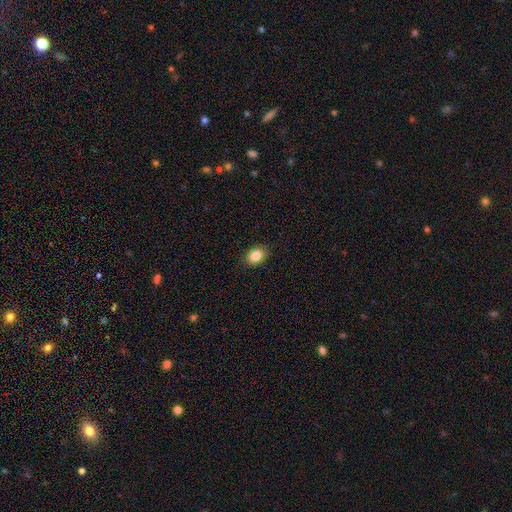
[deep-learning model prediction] Q: Smooth or featured?
A: smooth (85%); runner-up: star or artifact (9%)
Q: How rounded?
A: in between (65%); runner-up: round (34%)
Q: Merging?
A: none (89%); runner-up: minor disturbance (9%)